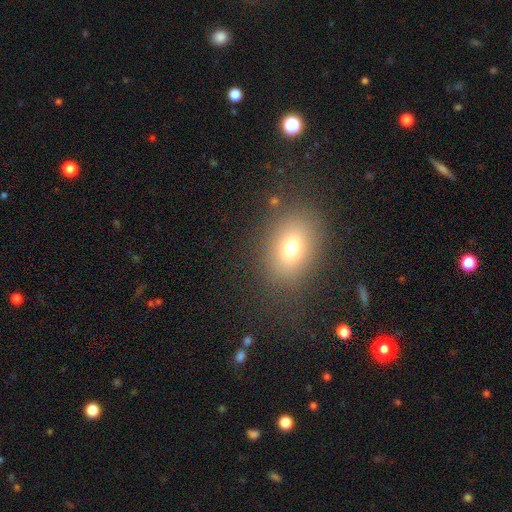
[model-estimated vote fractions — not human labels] A smooth galaxy with no disk features (69%) that is in between round and cigar-shaped (70%).

Vote fractions:
- Smooth or featured? smooth: 69% / star or artifact: 19% / featured or disk: 12%
- How rounded? in between: 70% / round: 28% / cigar-shaped: 2%
- Merging? none: 83% / minor disturbance: 10% / major disturbance: 5% / merger: 2%